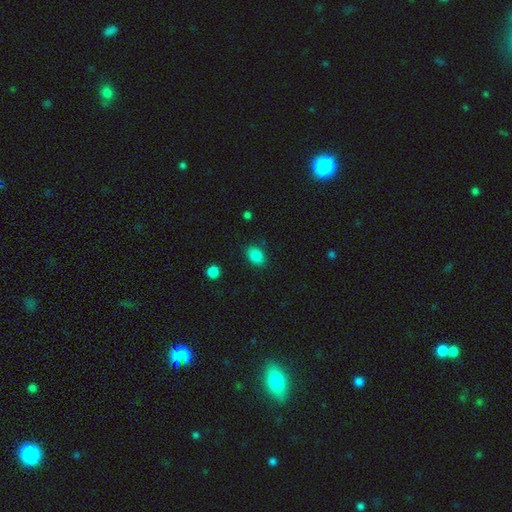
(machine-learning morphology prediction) Smooth or featured? Predicted: smooth (p=0.86). How rounded? Predicted: in between (p=0.81). Merging? Predicted: none (p=0.84).